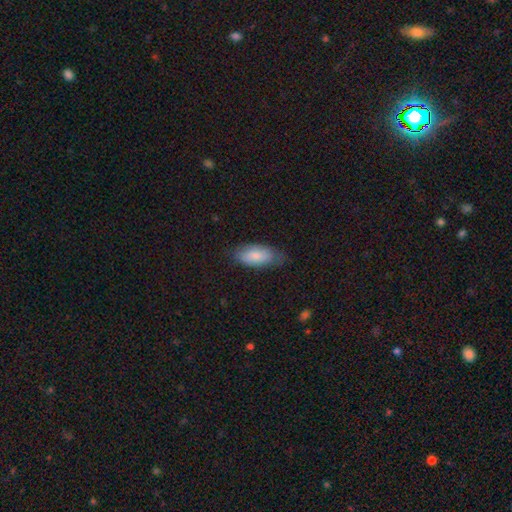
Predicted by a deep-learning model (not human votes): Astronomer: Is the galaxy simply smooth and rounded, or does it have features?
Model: smooth — 82%.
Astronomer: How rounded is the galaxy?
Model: in between — 88%.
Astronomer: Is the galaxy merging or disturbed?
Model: none — 69%.